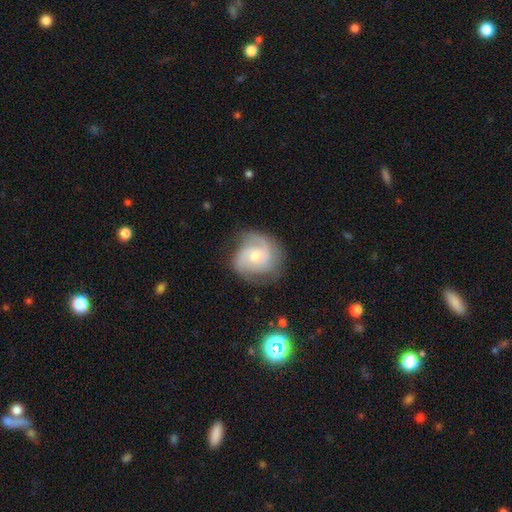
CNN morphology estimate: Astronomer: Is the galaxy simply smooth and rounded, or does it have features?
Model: featured or disk — 76%.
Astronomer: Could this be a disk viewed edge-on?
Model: no — 98%.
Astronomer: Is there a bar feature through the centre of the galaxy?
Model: no — 61%.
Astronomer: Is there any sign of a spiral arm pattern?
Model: yes — 95%.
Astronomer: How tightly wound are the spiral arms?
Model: medium — 45% (runner-up: tight, 40%).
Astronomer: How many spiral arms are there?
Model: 2 — 47% (runner-up: 3, 23%).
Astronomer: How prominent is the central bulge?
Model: small — 49% (runner-up: moderate, 44%).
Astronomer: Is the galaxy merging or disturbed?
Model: none — 68%.